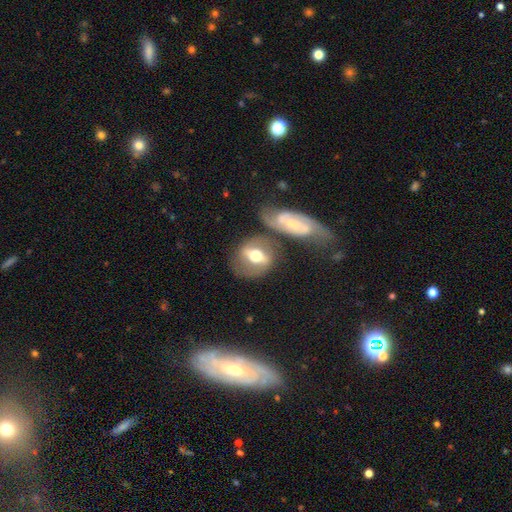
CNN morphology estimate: featured or disk 63%, smooth 31%, star or artifact 6%. Down the decision tree: edge-on disk — no (86%); bar — strong (50%); spiral arms — yes (62%); bulge size — moderate (67%); merging — none (59%).